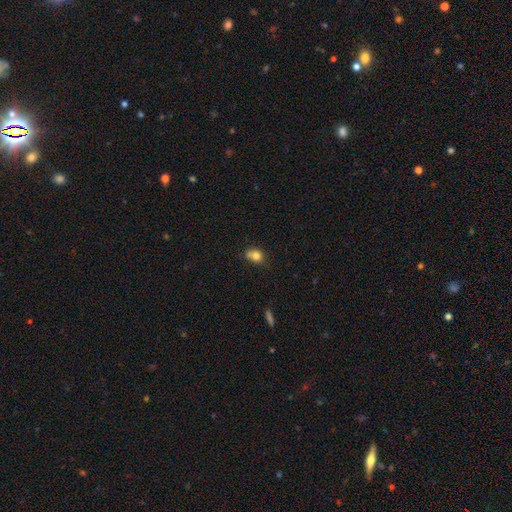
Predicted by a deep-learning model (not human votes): This appears to be a smooth galaxy with no disk features (78%) that is round (57%). Merging: none (49%).